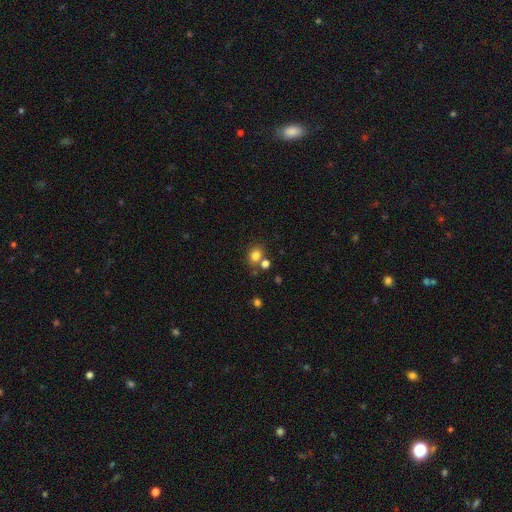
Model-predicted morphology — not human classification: Overall: smooth (79%). How rounded: round (60%; in between 39%). Merging: none (64%).